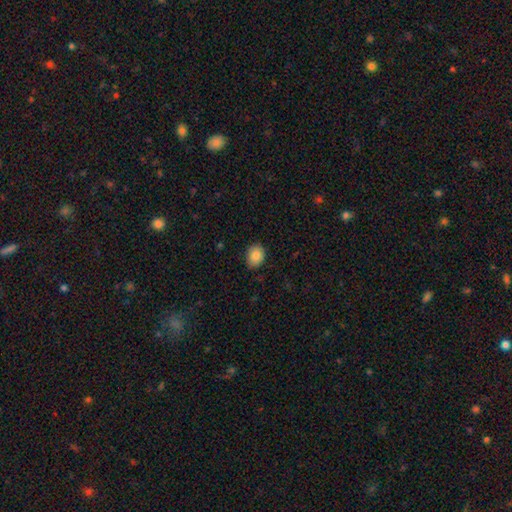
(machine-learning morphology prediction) type=smooth (87%); roundness=in between (53%); merging=none (84%).